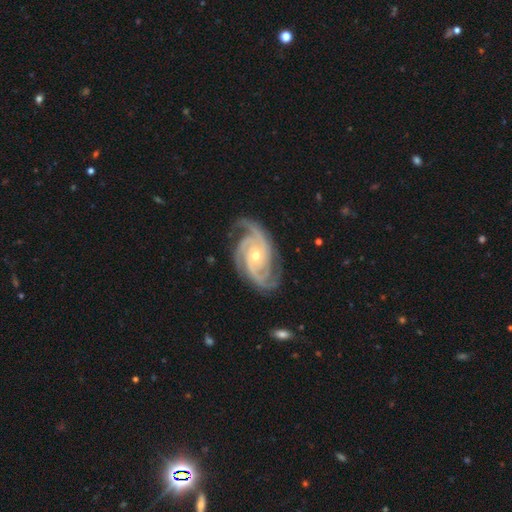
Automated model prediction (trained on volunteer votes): This is clearly a featured or disk galaxy (94%). It is clearly not viewed edge-on (98%). Bar: likely no (70%). Spiral arm pattern: clearly yes (99%). Spiral arm count: possibly 3 (50%). Spiral winding: possibly tight (60%). Central bulge: possibly small (56%). Merging: likely none (77%).